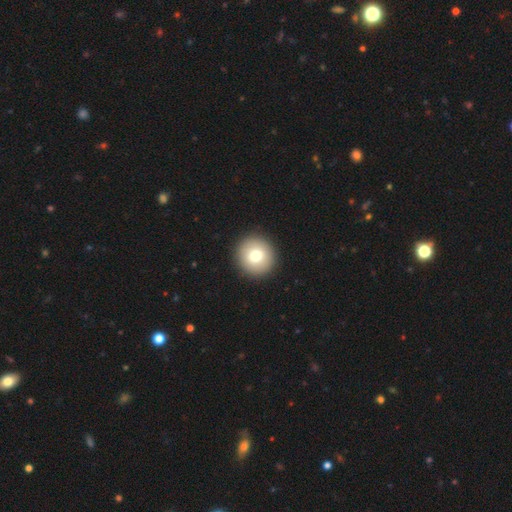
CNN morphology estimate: This appears to be a smooth galaxy with no disk features (77%) that is round (94%). Merging: none (93%).